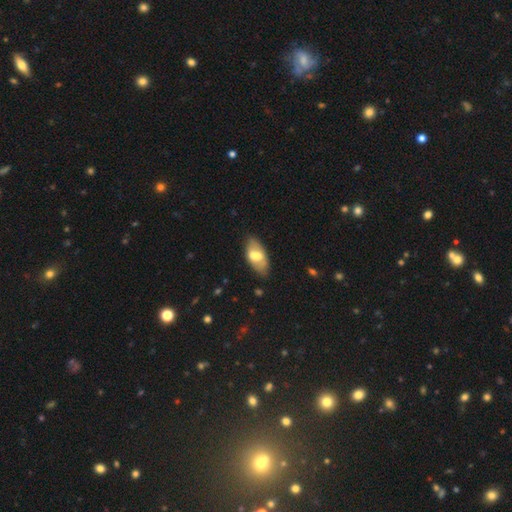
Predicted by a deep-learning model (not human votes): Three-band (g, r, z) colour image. It shows a smooth galaxy with no disk features (55%) that is in between round and cigar-shaped (90%). Merging: none (69%).